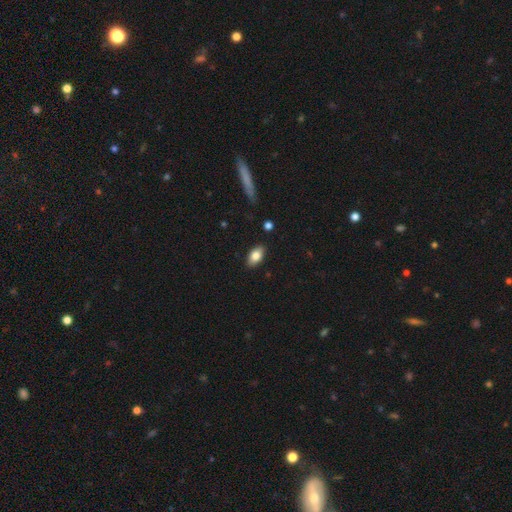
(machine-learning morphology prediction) Smooth or featured: smooth — 80% (featured or disk — 12%)
How rounded: in between — 91% (round — 5%)
Merging: none — 87% (minor disturbance — 9%)